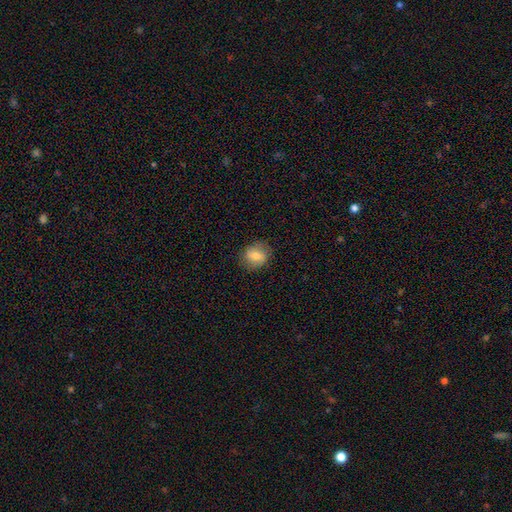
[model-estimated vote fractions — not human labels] Smooth or featured? Predicted: smooth (p=0.66). How rounded? Predicted: round (p=0.63). Merging? Predicted: none (p=0.83).